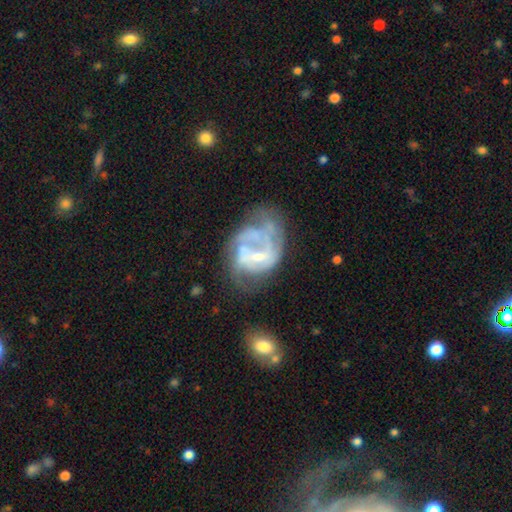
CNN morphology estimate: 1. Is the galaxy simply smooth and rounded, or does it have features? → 75% featured or disk, 17% smooth, 8% star or artifact.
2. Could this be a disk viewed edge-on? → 98% no, 2% yes.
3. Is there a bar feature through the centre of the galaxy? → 49% no, 39% weak, 12% strong.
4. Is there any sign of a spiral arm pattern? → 61% yes, 39% no.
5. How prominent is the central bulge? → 49% small, 25% moderate, 22% none, 2% large, 1% dominant.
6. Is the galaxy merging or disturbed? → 39% major disturbance, 29% none, 21% minor disturbance, 11% merger.